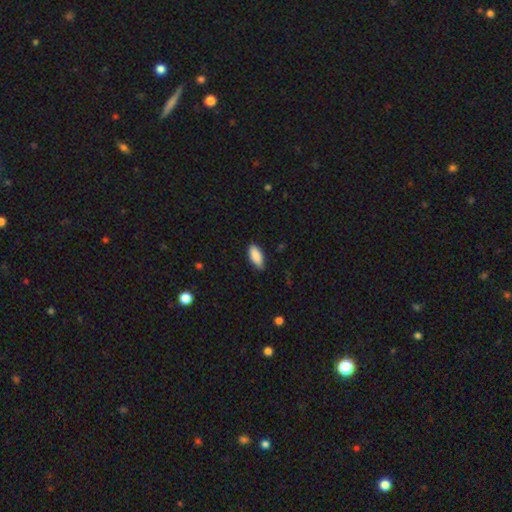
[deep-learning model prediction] Smooth or featured? Predicted: smooth (p=0.87). How rounded? Predicted: in between (p=0.85). Merging? Predicted: none (p=0.82).